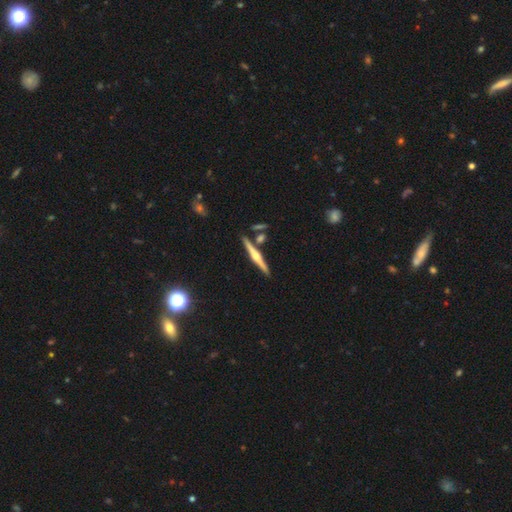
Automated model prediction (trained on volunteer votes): Smooth or featured: featured or disk — 76% (smooth — 18%)
Edge-on disk: yes — 98% (no — 2%)
Edge-on bulge: rounded — 92% (boxy — 4%)
Merging: none — 85% (merger — 7%)